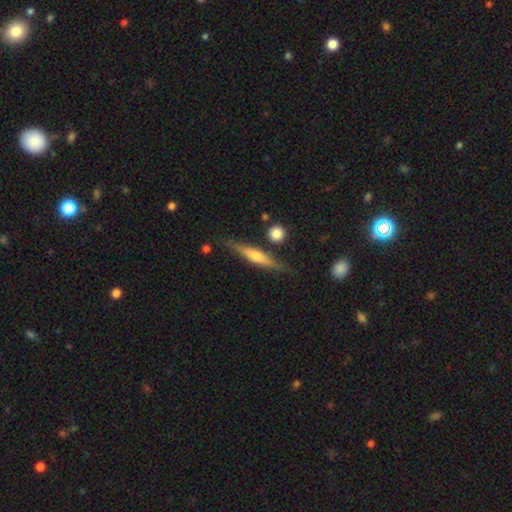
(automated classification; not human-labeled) featured or disk 59%, smooth 35%, star or artifact 6%. Down the decision tree: edge-on disk — yes (95%); edge-on bulge — rounded (77%); merging — none (81%).